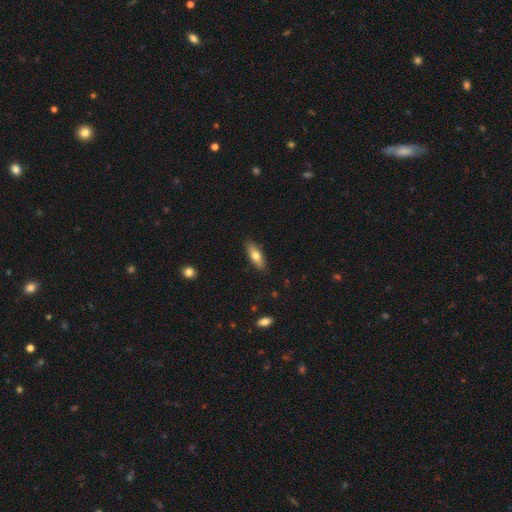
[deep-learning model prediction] The model was most divided on "how rounded": in between: 60%, cigar-shaped: 38%, round: 3%. More confident: merging — none (86%); smooth or featured — smooth (69%).